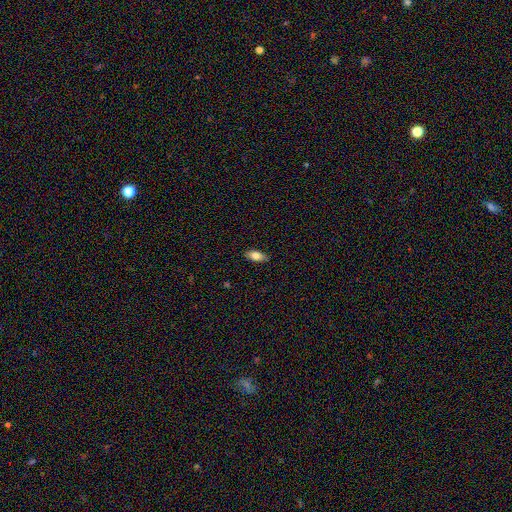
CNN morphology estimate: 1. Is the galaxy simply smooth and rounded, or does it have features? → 77% smooth, 16% featured or disk, 7% star or artifact.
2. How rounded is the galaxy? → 82% in between, 15% cigar-shaped, 3% round.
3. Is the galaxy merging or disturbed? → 87% none, 10% minor disturbance, 2% major disturbance, 1% merger.